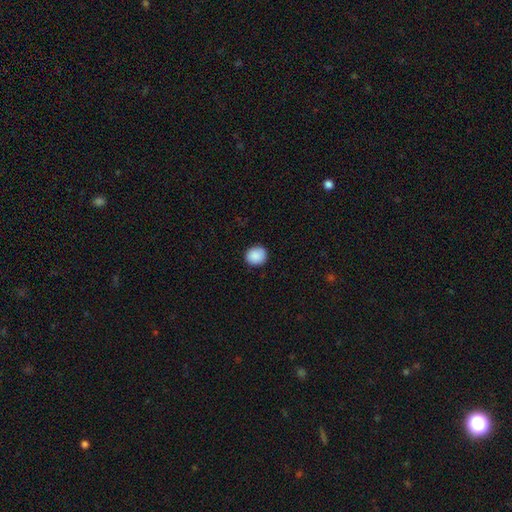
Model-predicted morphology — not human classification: A smooth galaxy with no disk features (89%) that is round (84%). Merging: none (89%).